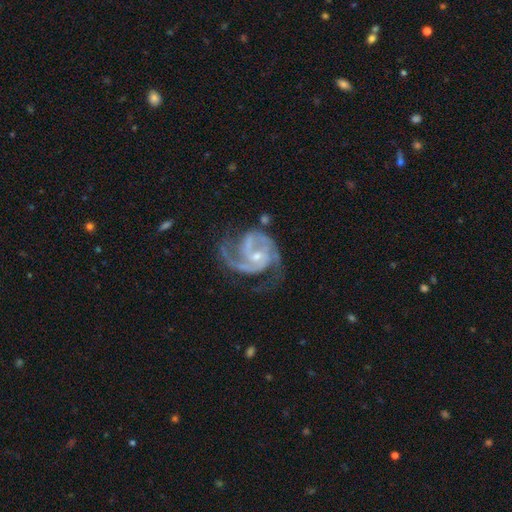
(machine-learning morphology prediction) The model was most divided on "bar": no: 47%, weak: 42%, strong: 11%. More confident: edge-on disk — no (98%); spiral arms — yes (98%); smooth or featured — featured or disk (92%); spiral arm count — 2 (68%); bulge size — small (62%); merging — none (57%); spiral winding — medium (56%).